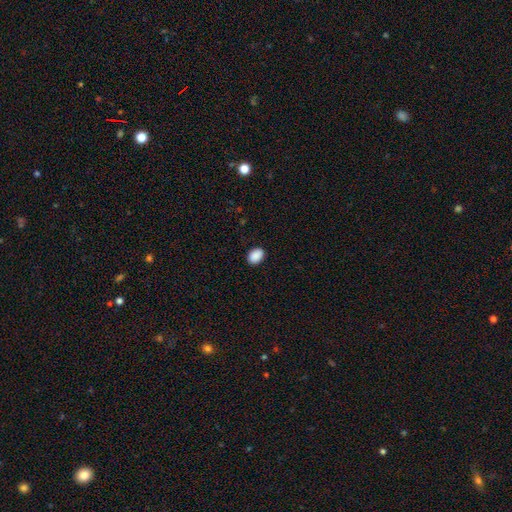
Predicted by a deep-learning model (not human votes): Smooth or featured? Predicted: smooth (p=0.90). How rounded? Predicted: in between (p=0.77). Merging? Predicted: none (p=0.90).